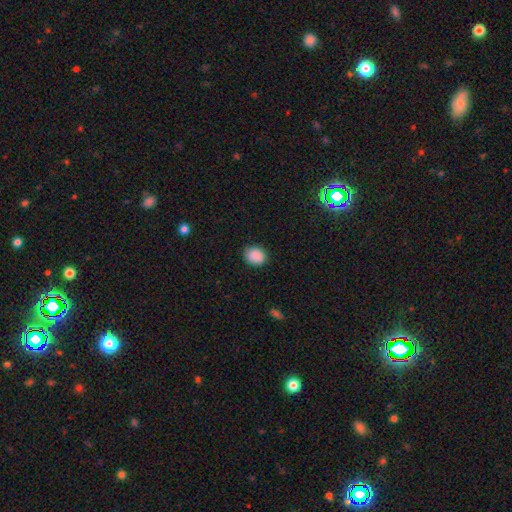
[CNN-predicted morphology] A smooth galaxy with no disk features (89%) that is round (62%).

Vote fractions:
- Smooth or featured? smooth: 89% / star or artifact: 8% / featured or disk: 3%
- How rounded? round: 62% / in between: 37% / cigar-shaped: 1%
- Merging? none: 87% / minor disturbance: 10% / major disturbance: 2% / merger: 1%